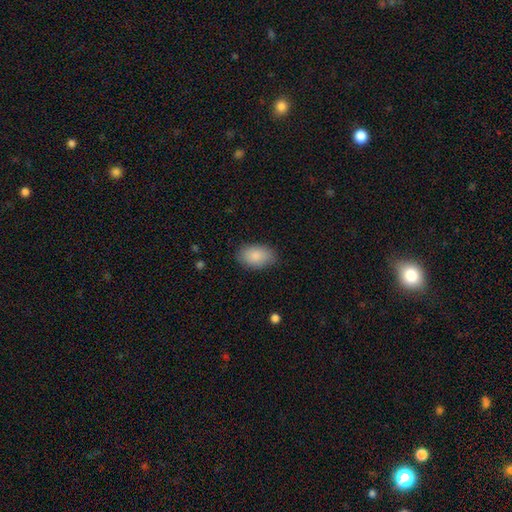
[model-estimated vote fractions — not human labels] smooth 87%, featured or disk 7%, star or artifact 6%. Down the decision tree: how rounded — in between (91%); merging — none (82%).